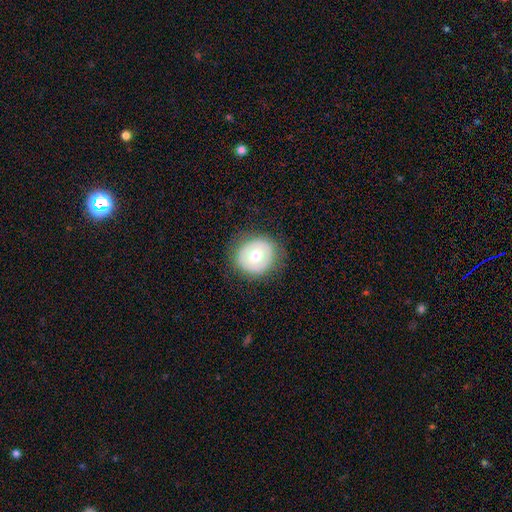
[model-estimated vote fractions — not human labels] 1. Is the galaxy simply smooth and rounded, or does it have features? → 53% smooth, 40% featured or disk, 7% star or artifact.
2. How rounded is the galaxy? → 79% round, 20% in between, 1% cigar-shaped.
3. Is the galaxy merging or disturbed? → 81% none, 13% minor disturbance, 5% major disturbance, 1% merger.